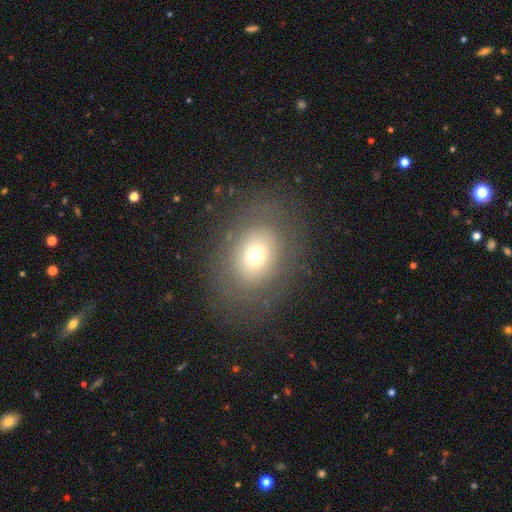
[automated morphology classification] type=smooth (62%); roundness=in between (51%); merging=none (78%).